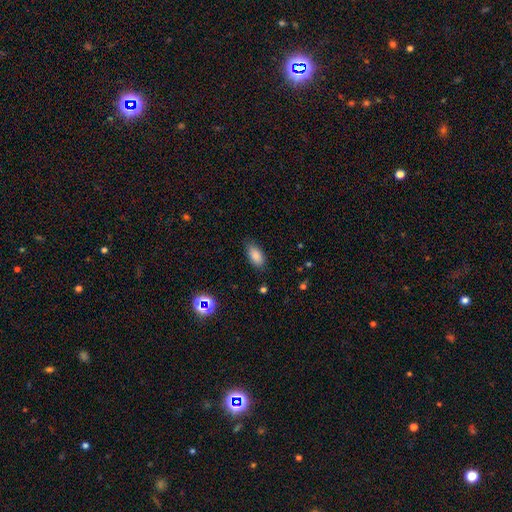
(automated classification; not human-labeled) Smooth or featured?
  - smooth: 85% *
  - star or artifact: 9%
  - featured or disk: 6%
How rounded?
  - in between: 91% *
  - cigar-shaped: 5%
  - round: 4%
Merging?
  - none: 79% *
  - minor disturbance: 16%
  - major disturbance: 3%
  - merger: 1%